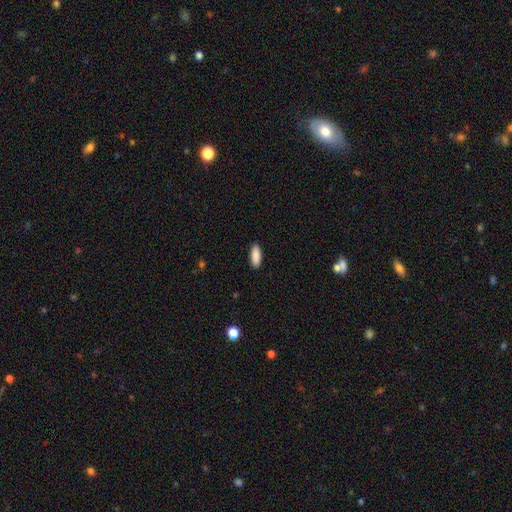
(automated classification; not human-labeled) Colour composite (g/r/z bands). It shows a smooth galaxy with no disk features (90%) that is in between round and cigar-shaped (67%). Merging: none (90%).